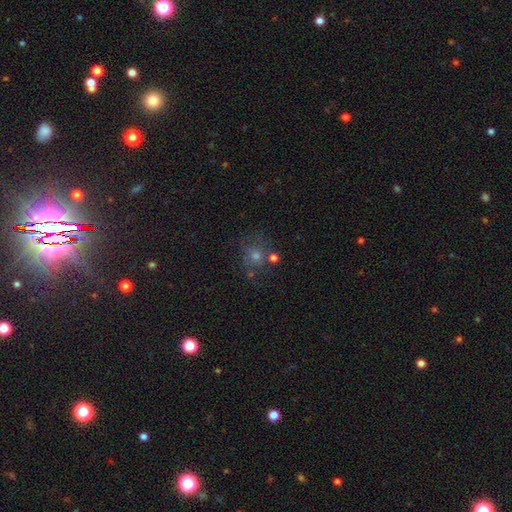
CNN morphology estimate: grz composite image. It shows a smooth galaxy with no disk features (44%). Merging: none (63%).